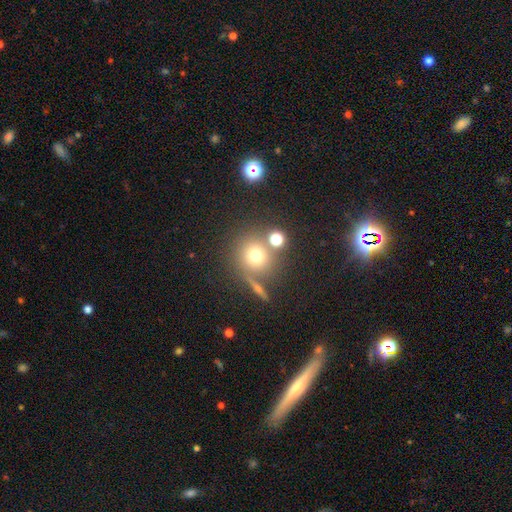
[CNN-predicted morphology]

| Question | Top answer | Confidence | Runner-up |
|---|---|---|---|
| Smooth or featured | smooth | 69% | star or artifact (17%) |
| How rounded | round | 90% | in between (9%) |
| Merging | none | 68% | merger (17%) |